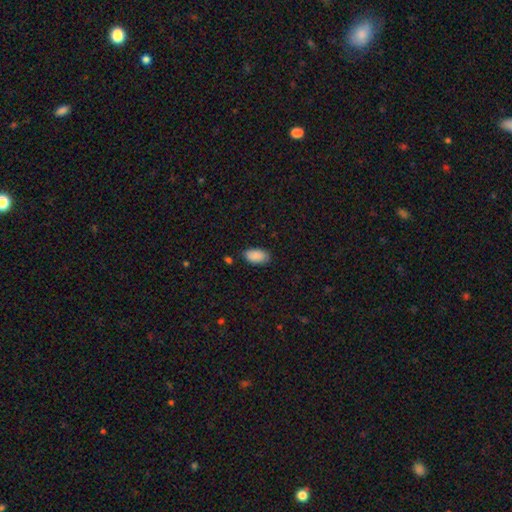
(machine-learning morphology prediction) Smooth or featured?
  - smooth: 89% *
  - star or artifact: 7%
  - featured or disk: 3%
How rounded?
  - in between: 94% *
  - round: 4%
  - cigar-shaped: 2%
Merging?
  - none: 81% *
  - minor disturbance: 14%
  - major disturbance: 3%
  - merger: 2%